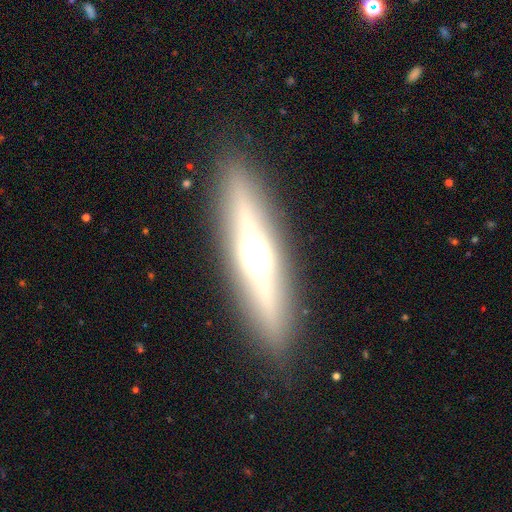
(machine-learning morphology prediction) smooth_or_featured: featured or disk (p=0.66) [alt: smooth p=0.25]
disk_edge_on: yes (p=0.92) [alt: no p=0.08]
edge_on_bulge: rounded (p=0.89) [alt: boxy p=0.07]
merging: none (p=0.88) [alt: minor disturbance p=0.08]